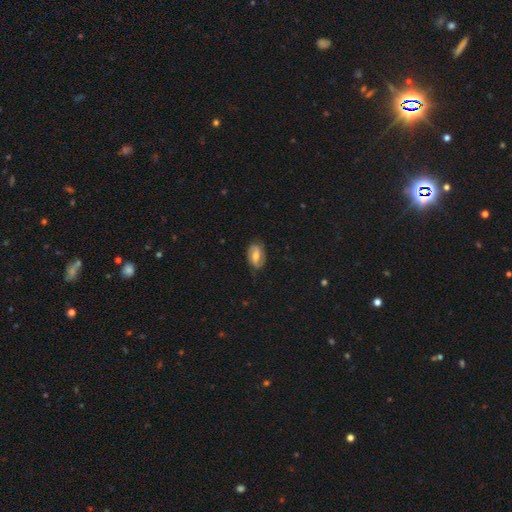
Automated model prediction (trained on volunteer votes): This is possibly a featured or disk galaxy (59%). It is clearly not viewed edge-on (95%). Bar: possibly weak (45%). Spiral arm pattern: clearly yes (85%). Central bulge: possibly moderate (57%). Merging: likely none (75%).